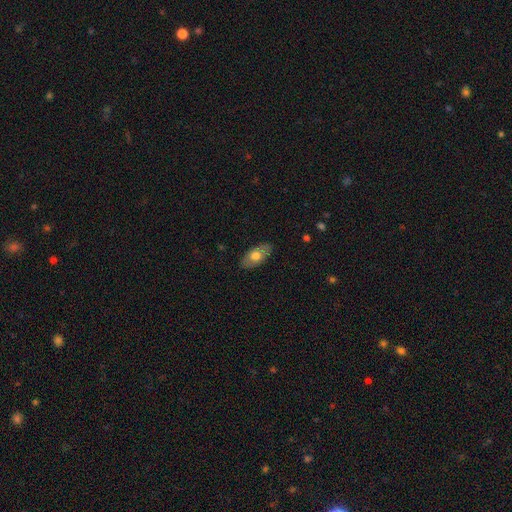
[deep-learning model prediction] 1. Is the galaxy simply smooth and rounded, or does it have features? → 67% smooth, 27% featured or disk, 6% star or artifact.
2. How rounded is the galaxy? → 92% in between, 4% cigar-shaped, 4% round.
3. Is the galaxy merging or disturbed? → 85% none, 12% minor disturbance, 3% major disturbance, 1% merger.